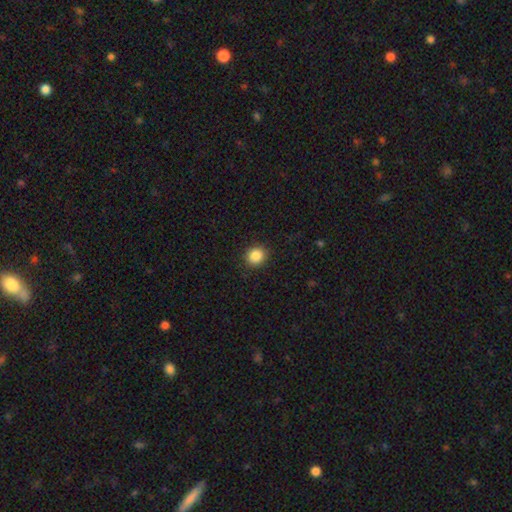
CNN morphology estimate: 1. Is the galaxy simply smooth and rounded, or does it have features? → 87% smooth, 10% star or artifact, 4% featured or disk.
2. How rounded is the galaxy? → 85% round, 15% in between, 1% cigar-shaped.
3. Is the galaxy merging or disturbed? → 91% none, 6% minor disturbance, 2% major disturbance, 1% merger.